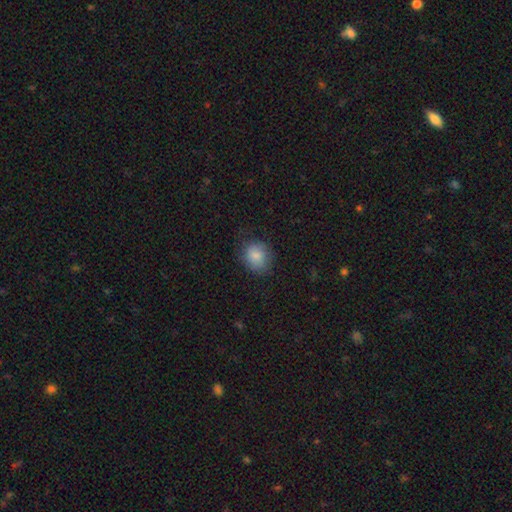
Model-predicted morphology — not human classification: Overall: smooth (85%). How rounded: round (72%). Merging: none (76%).